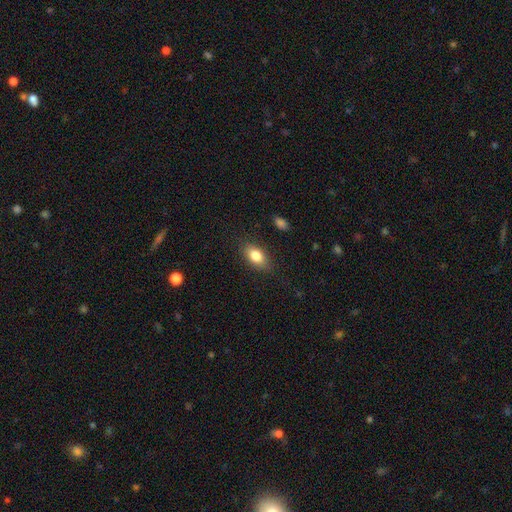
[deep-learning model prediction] Smooth or featured?
  - smooth: 82% *
  - featured or disk: 11%
  - star or artifact: 8%
How rounded?
  - in between: 87% *
  - round: 8%
  - cigar-shaped: 6%
Merging?
  - none: 84% *
  - minor disturbance: 12%
  - major disturbance: 3%
  - merger: 1%